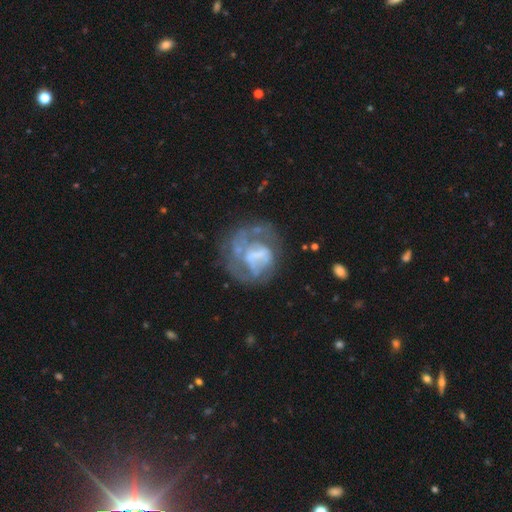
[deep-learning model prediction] Smooth or featured: featured or disk — 68% (smooth — 23%)
Edge-on disk: no — 98% (yes — 2%)
Bar: no — 54% (weak — 32%)
Spiral arms: no — 51% (yes — 49%)
Bulge size: none — 49% (moderate — 20%)
Merging: none — 45% (major disturbance — 31%)